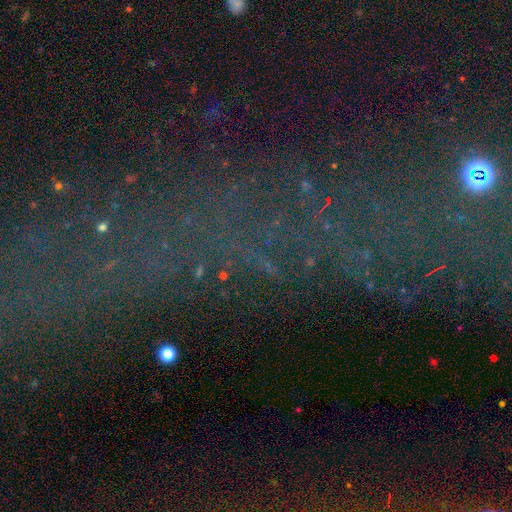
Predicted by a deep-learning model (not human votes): Smooth or featured: star or artifact — 68% (featured or disk — 17%)